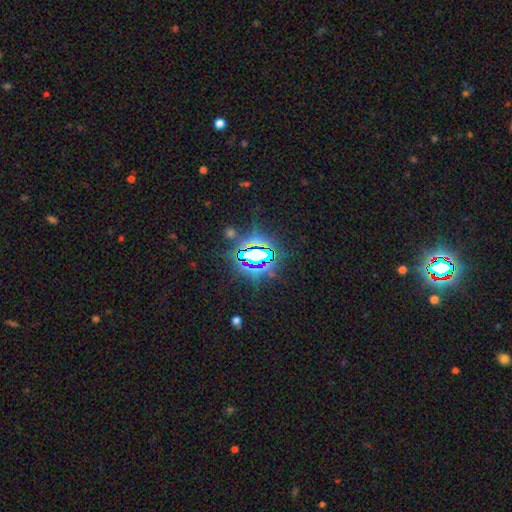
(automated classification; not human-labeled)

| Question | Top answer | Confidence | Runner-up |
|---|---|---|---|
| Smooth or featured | star or artifact | 75% | smooth (15%) |